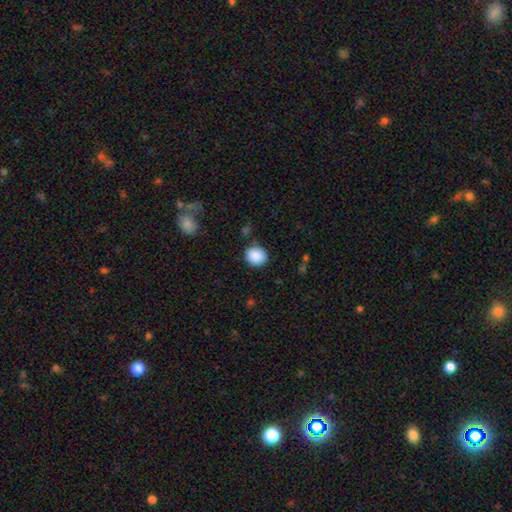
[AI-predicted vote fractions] Smooth or featured? Predicted: smooth (p=0.89). How rounded? Predicted: round (p=0.76). Merging? Predicted: none (p=0.84).